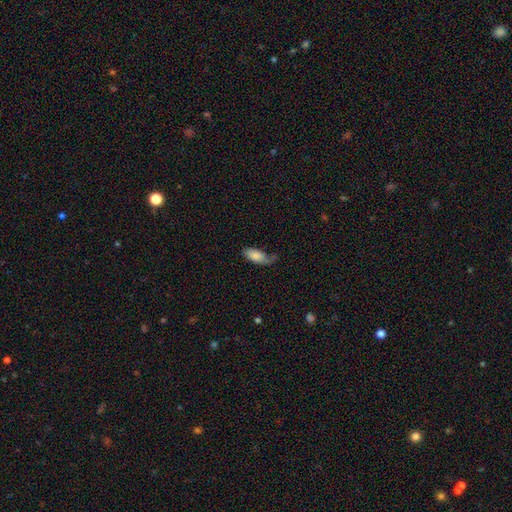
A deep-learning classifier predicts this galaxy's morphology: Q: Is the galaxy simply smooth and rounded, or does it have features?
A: smooth — 82%.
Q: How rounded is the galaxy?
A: in between — 86%.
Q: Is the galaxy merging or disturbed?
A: none — 43%.